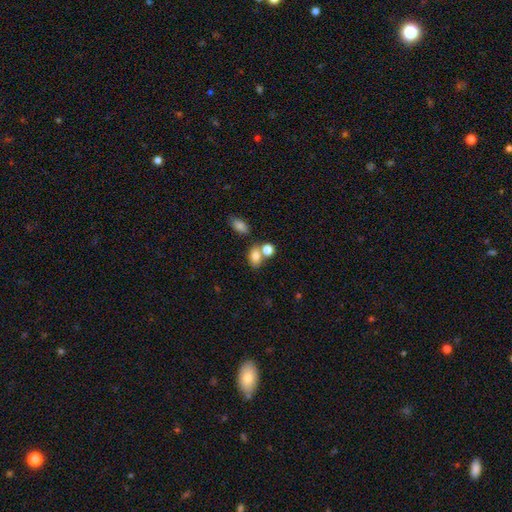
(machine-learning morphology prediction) Smooth or featured? Predicted: smooth (p=0.79). How rounded? Predicted: in between (p=0.73). Merging? Predicted: none (p=0.47).